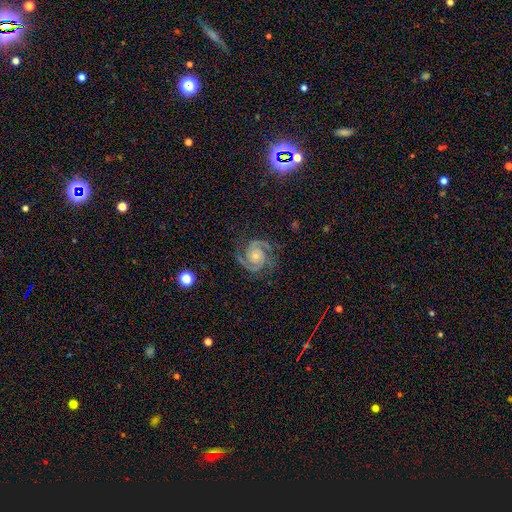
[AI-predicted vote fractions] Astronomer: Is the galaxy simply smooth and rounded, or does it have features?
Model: featured or disk — 89%.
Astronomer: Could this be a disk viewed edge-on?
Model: no — 98%.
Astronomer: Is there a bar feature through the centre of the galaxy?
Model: no — 72%.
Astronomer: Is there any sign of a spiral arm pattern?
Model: yes — 99%.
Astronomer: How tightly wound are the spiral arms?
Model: tight — 54% (runner-up: medium, 41%).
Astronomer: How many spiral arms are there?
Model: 2 — 85%.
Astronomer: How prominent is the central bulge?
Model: small — 56% (runner-up: moderate, 37%).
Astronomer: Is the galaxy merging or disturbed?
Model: none — 81%.